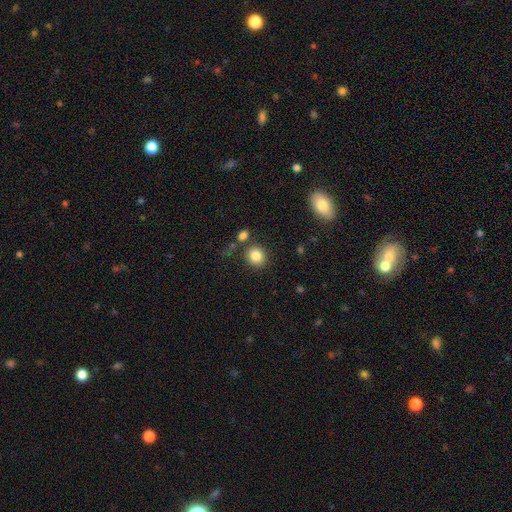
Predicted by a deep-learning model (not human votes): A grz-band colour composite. It shows a smooth galaxy with no disk features (84%) that is round (79%). Merging: none (77%).